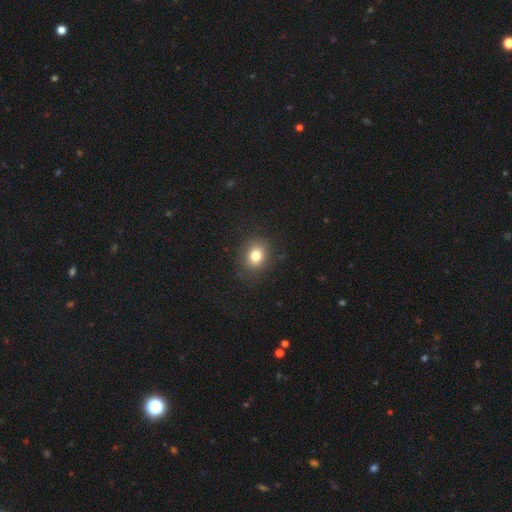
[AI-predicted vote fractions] Smooth or featured? Predicted: smooth (p=0.80). How rounded? Predicted: round (p=0.61). Merging? Predicted: none (p=0.85).